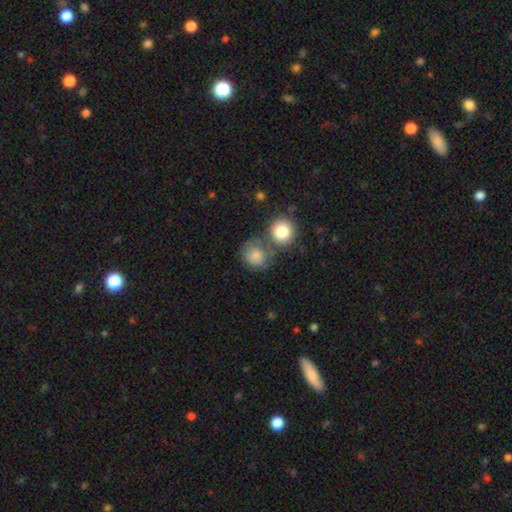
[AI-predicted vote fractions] smooth_or_featured: smooth (p=0.79) [alt: featured or disk p=0.12]
how_rounded: round (p=0.78) [alt: in between p=0.21]
merging: none (p=0.42) [alt: merger p=0.31]